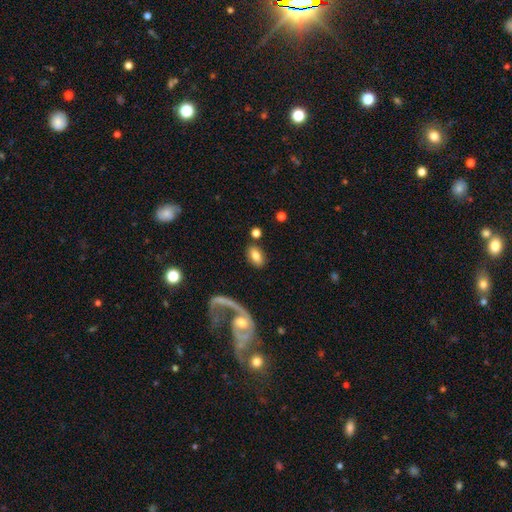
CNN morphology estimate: smooth 74%, featured or disk 19%, star or artifact 7%. Down the decision tree: how rounded — in between (90%); merging — none (78%).